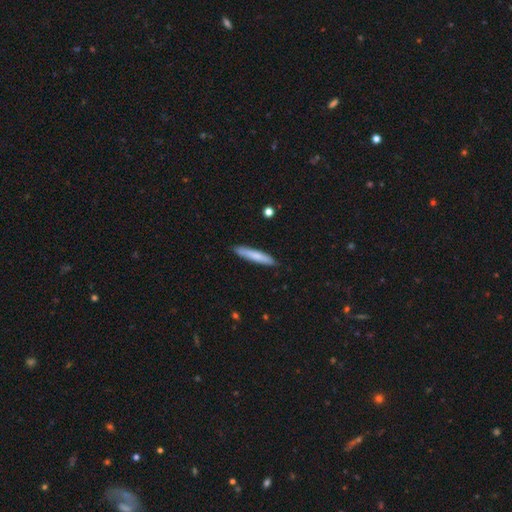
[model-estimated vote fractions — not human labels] A smooth galaxy with no disk features (74%) that is cigar-shaped (92%).

Vote fractions:
- Smooth or featured? smooth: 74% / featured or disk: 21% / star or artifact: 6%
- How rounded? cigar-shaped: 92% / in between: 7% / round: 1%
- Merging? none: 88% / minor disturbance: 10% / major disturbance: 2% / merger: 1%